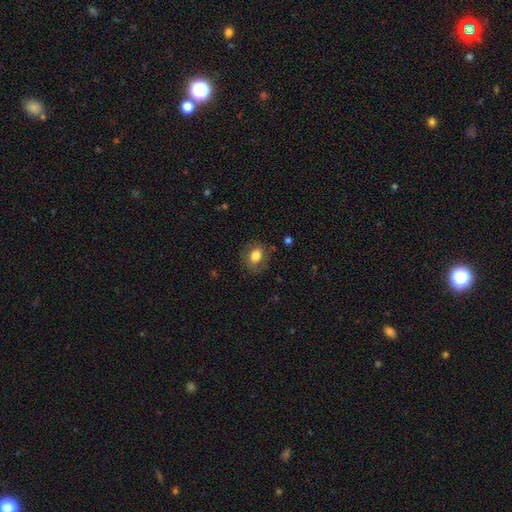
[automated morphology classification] Q: Smooth or featured?
A: smooth (79%); runner-up: featured or disk (12%)
Q: How rounded?
A: in between (55%); runner-up: round (44%)
Q: Merging?
A: none (79%); runner-up: minor disturbance (14%)